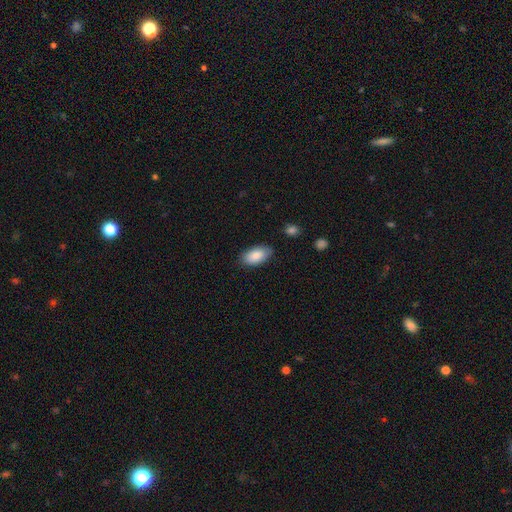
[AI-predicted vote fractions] Smooth or featured? Predicted: smooth (p=0.86). How rounded? Predicted: in between (p=0.94). Merging? Predicted: none (p=0.83).